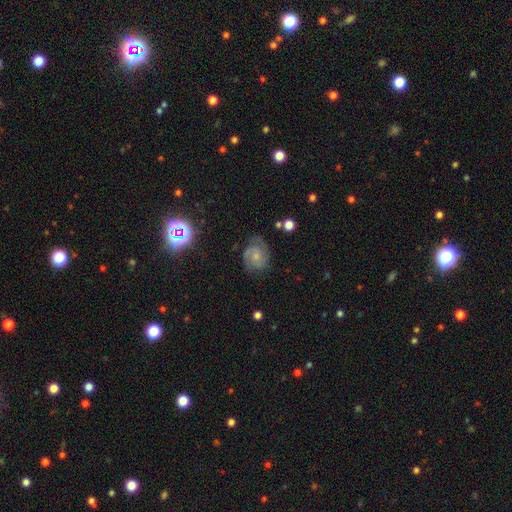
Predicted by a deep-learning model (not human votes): Morphology: type=featured or disk (73%); edge-on=no (98%); bar=no (69%); spiral arms=yes (94%); winding=tight (45%); arm count=2 (66%); bulge=small (61%); merging=none (68%).